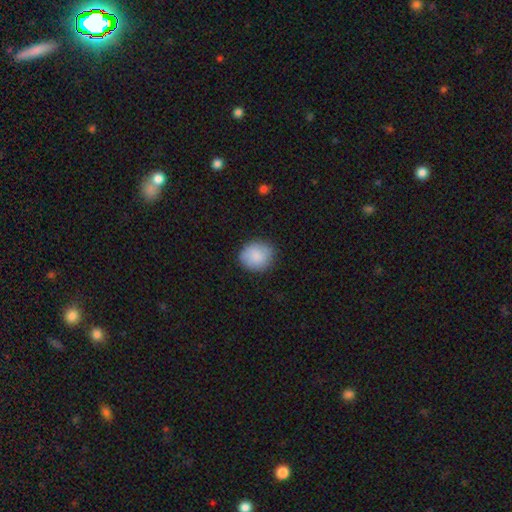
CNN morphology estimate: Smooth or featured: smooth — 86% (featured or disk — 7%)
How rounded: round — 81% (in between — 18%)
Merging: none — 85% (minor disturbance — 11%)